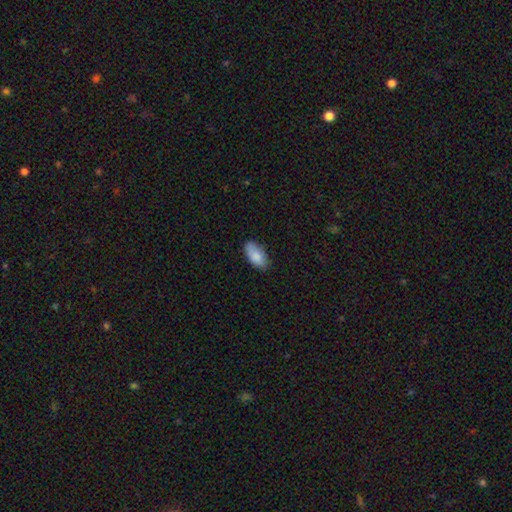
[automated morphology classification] A smooth galaxy with no disk features (86%) that is in between round and cigar-shaped (93%). Merging: none (75%).